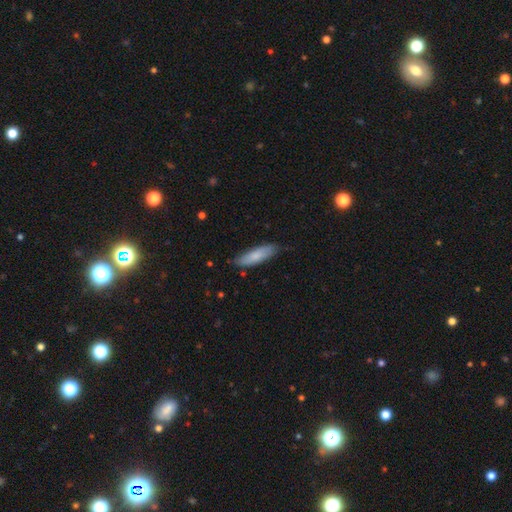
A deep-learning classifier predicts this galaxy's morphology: A smooth galaxy with no disk features (79%) that is cigar-shaped (62%). Merging: none (79%).